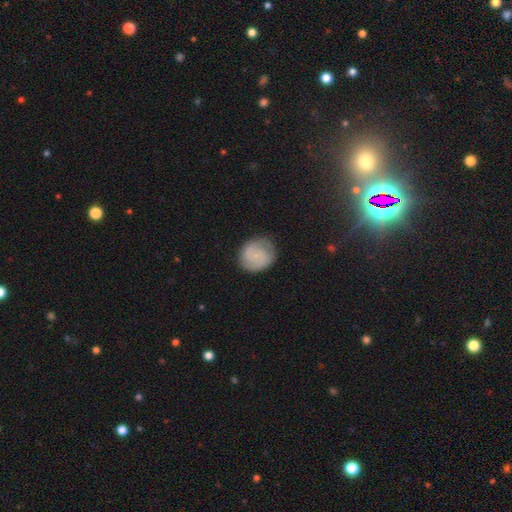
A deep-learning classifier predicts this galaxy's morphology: A featured or disk galaxy (60%) with no bar (63%), 2 (76%) tight (44%) spiral arms (92%) and a small central bulge (64%). Merging: none (80%).